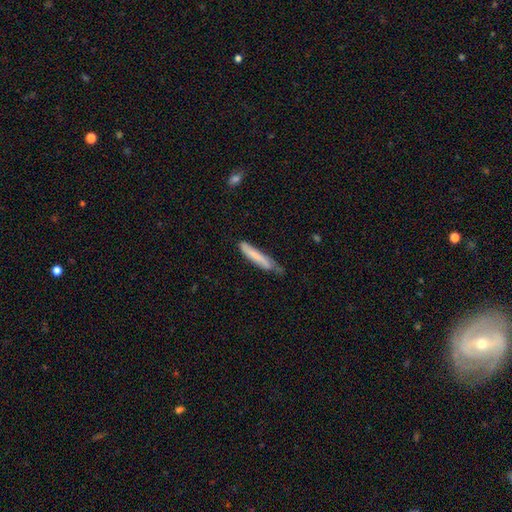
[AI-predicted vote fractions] Q: Smooth or featured?
A: smooth (68%); runner-up: featured or disk (26%)
Q: How rounded?
A: cigar-shaped (91%); runner-up: in between (8%)
Q: Merging?
A: none (54%); runner-up: minor disturbance (34%)